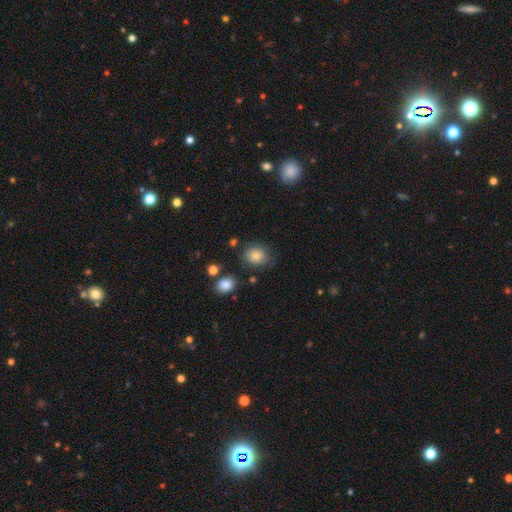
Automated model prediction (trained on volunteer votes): Overall: smooth (79%). How rounded: round (67%; in between 32%). Merging: none (73%).